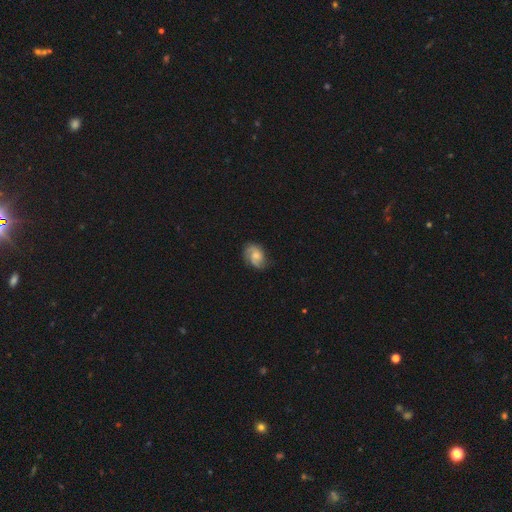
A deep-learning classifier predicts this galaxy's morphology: Q: Smooth or featured?
A: featured or disk (61%); runner-up: smooth (31%)
Q: Edge-on disk?
A: no (97%); runner-up: yes (3%)
Q: Bar?
A: no (61%); runner-up: weak (34%)
Q: Spiral arms?
A: yes (93%); runner-up: no (7%)
Q: Spiral winding?
A: medium (46%); runner-up: loose (28%)
Q: Spiral arm count?
A: 2 (71%); runner-up: can't tell (11%)
Q: Bulge size?
A: moderate (44%); runner-up: small (34%)
Q: Merging?
A: none (71%); runner-up: minor disturbance (20%)